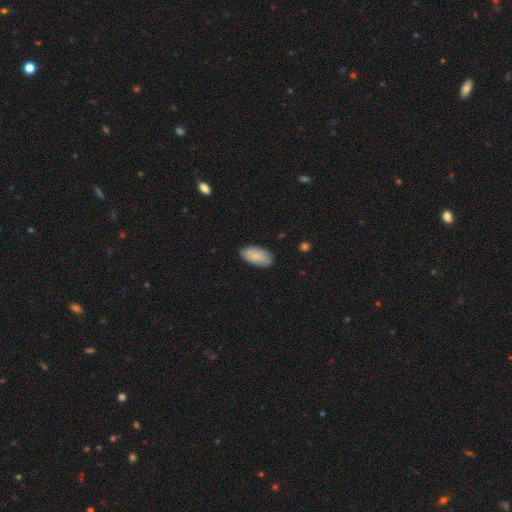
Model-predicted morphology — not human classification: smooth-or-featured: smooth: 69% | featured or disk: 25% | star or artifact: 6%
  how-rounded: in between: 94% | round: 3% | cigar-shaped: 3%
  merging: none: 82% | minor disturbance: 14% | major disturbance: 2% | merger: 1%